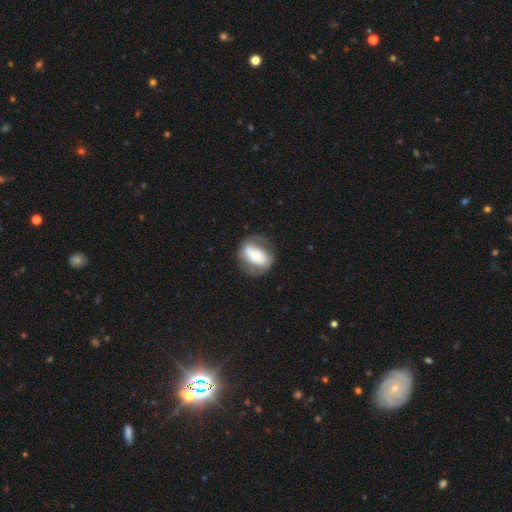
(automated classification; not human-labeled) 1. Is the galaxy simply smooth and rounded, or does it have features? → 49% featured or disk, 45% smooth, 6% star or artifact.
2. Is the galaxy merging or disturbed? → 65% none, 21% minor disturbance, 12% major disturbance, 2% merger.